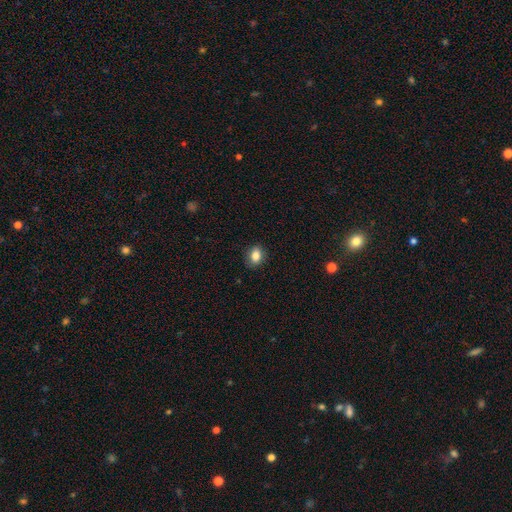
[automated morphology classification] Smooth or featured: smooth — 84% (star or artifact — 9%)
How rounded: in between — 63% (round — 35%)
Merging: none — 85% (minor disturbance — 11%)